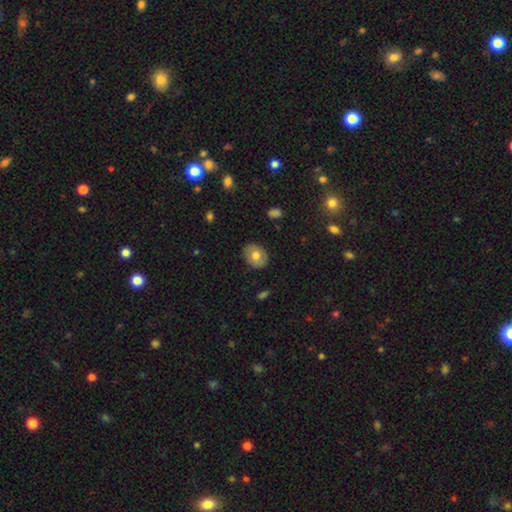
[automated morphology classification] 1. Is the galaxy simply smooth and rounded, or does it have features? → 72% smooth, 20% featured or disk, 8% star or artifact.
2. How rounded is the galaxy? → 53% in between, 46% round, 1% cigar-shaped.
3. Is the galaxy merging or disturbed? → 85% none, 12% minor disturbance, 2% major disturbance, 1% merger.